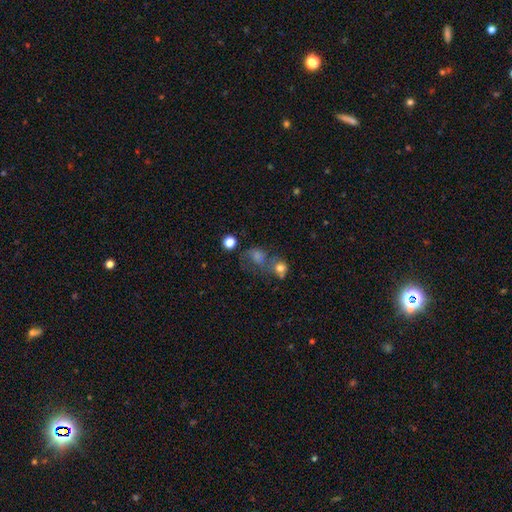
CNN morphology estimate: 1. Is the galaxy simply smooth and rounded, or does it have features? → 46% smooth, 29% star or artifact, 25% featured or disk.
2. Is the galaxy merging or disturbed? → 38% none, 33% merger, 16% major disturbance, 14% minor disturbance.